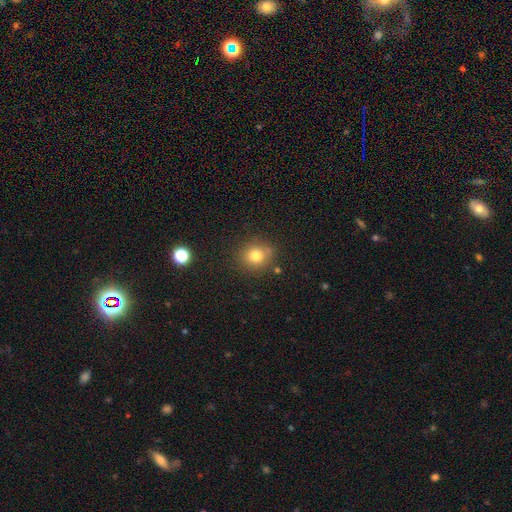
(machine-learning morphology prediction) The model was most divided on "smooth or featured": smooth: 79%, star or artifact: 13%, featured or disk: 8%. More confident: how rounded — round (86%); merging — none (80%).